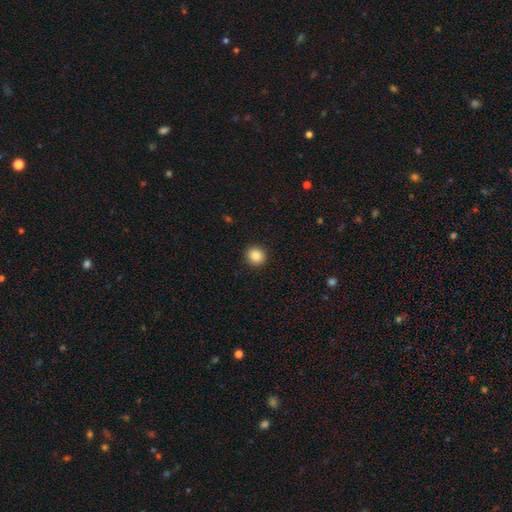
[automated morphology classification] Smooth or featured? smooth (88%)
How rounded? round (87%)
Merging? none (92%)